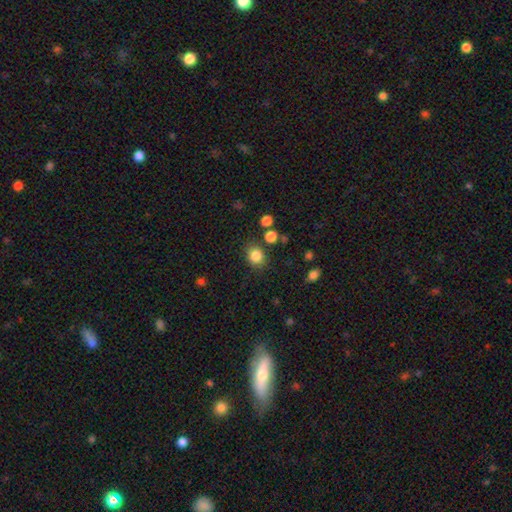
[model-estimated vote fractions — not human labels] Q: Smooth or featured?
A: smooth (84%); runner-up: star or artifact (11%)
Q: How rounded?
A: round (69%); runner-up: in between (30%)
Q: Merging?
A: none (80%); runner-up: minor disturbance (11%)